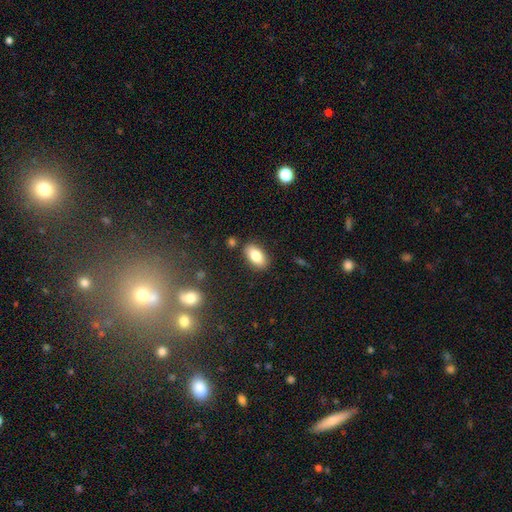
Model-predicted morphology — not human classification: This appears to be a smooth galaxy with no disk features (83%) that is in between round and cigar-shaped (92%). Merging: none (85%).